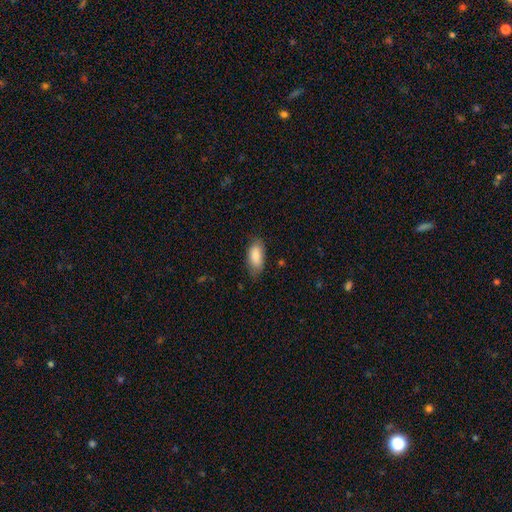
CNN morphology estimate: Smooth or featured?
  - smooth: 86% *
  - featured or disk: 7%
  - star or artifact: 6%
How rounded?
  - in between: 91% *
  - cigar-shaped: 6%
  - round: 3%
Merging?
  - none: 74% *
  - minor disturbance: 20%
  - major disturbance: 4%
  - merger: 1%